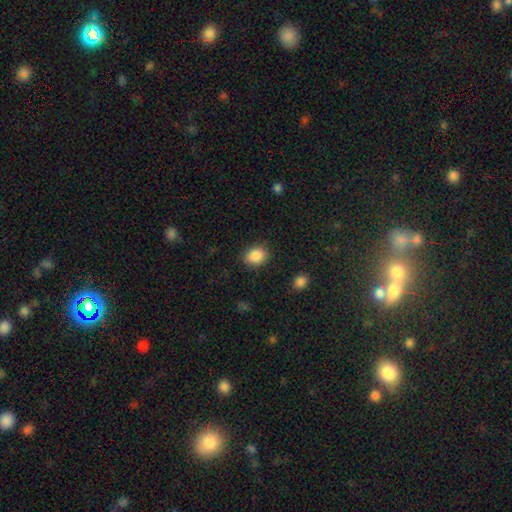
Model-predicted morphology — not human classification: Smooth or featured? Predicted: smooth (p=0.88). How rounded? Predicted: in between (p=0.57). Merging? Predicted: none (p=0.86).